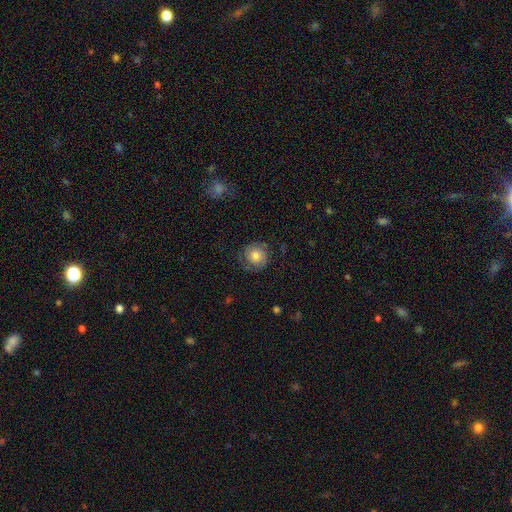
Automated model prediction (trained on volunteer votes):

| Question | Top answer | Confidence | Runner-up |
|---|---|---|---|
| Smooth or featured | smooth | 46% | featured or disk (45%) |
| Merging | none | 73% | minor disturbance (17%) |